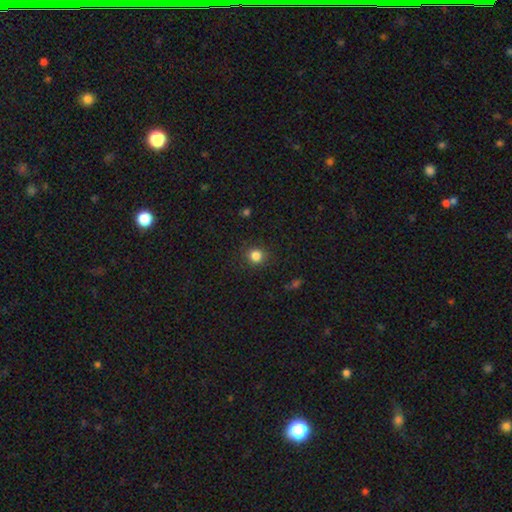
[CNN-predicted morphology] A smooth galaxy with no disk features (84%) that is round (89%). Merging: none (89%).